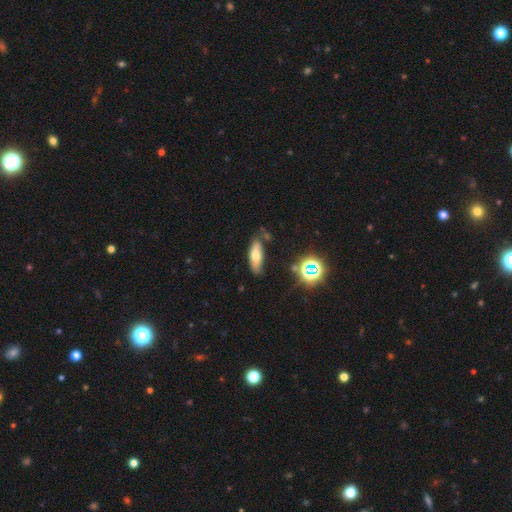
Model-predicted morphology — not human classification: smooth-or-featured: smooth: 60% | featured or disk: 28% | star or artifact: 13%
  how-rounded: in between: 63% | cigar-shaped: 33% | round: 4%
  merging: none: 71% | minor disturbance: 20% | merger: 5% | major disturbance: 5%